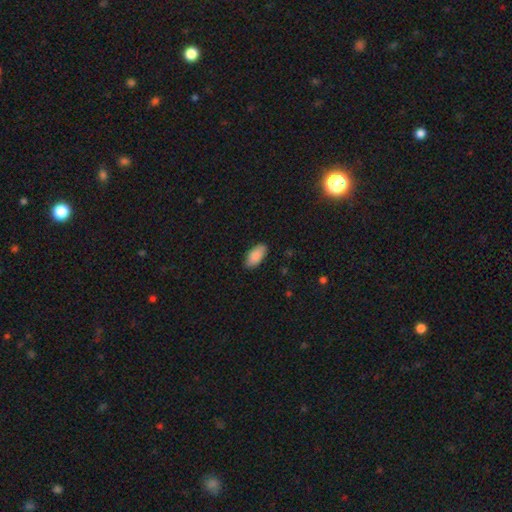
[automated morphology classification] This is clearly a smooth galaxy (89%). How rounded: clearly in between (93%). Merging: clearly none (86%).